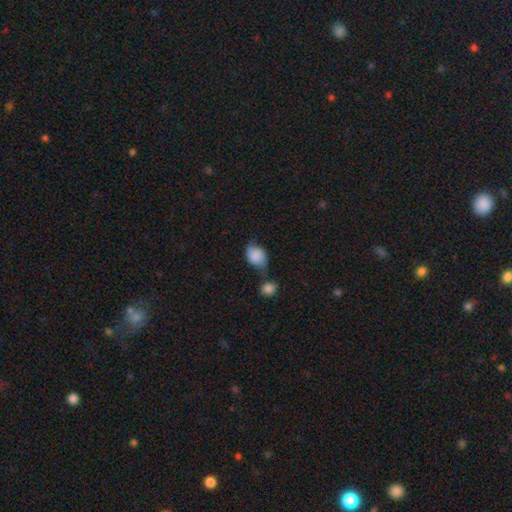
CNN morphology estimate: smooth_or_featured: smooth (p=0.82) [alt: featured or disk p=0.10]
how_rounded: in between (p=0.69) [alt: round p=0.30]
merging: none (p=0.40) [alt: minor disturbance p=0.26]